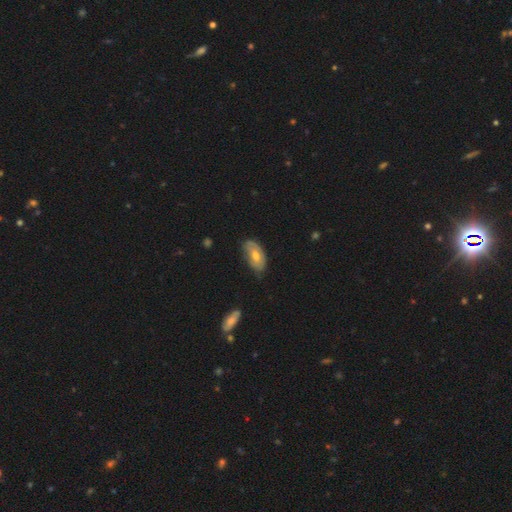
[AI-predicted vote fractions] smooth_or_featured: smooth (p=0.56) [alt: featured or disk p=0.38]
how_rounded: in between (p=0.92) [alt: round p=0.04]
merging: none (p=0.61) [alt: minor disturbance p=0.32]